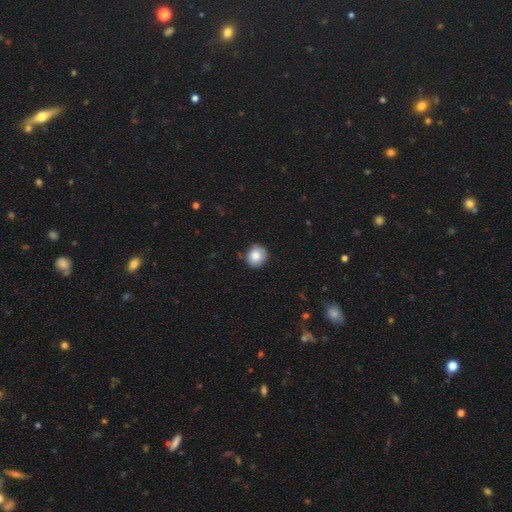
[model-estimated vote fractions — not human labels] Morphology: type=smooth (83%); roundness=round (83%); merging=none (85%).